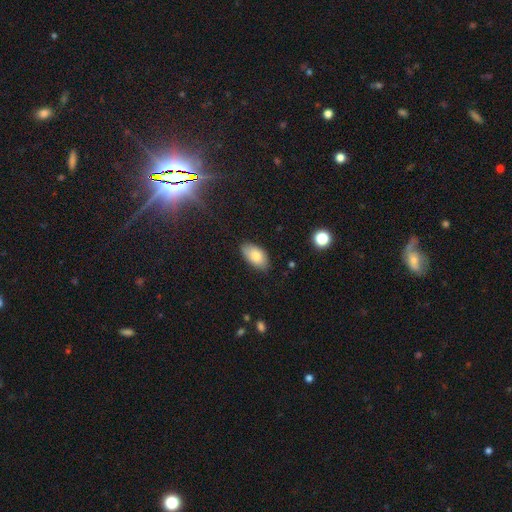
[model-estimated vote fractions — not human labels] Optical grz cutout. It shows a smooth galaxy with no disk features (79%) that is in between round and cigar-shaped (94%). Merging: none (81%).